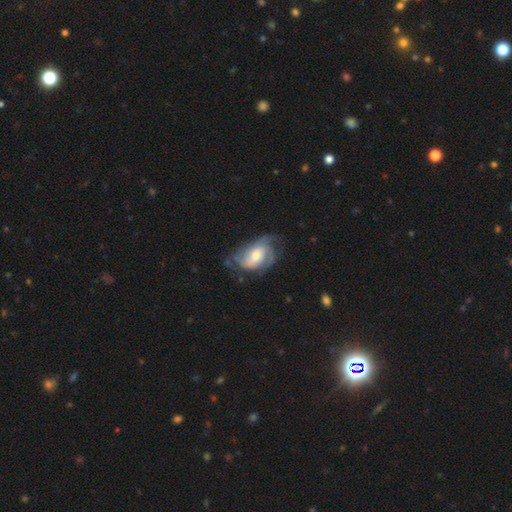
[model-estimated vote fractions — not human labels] Smooth or featured?
  - featured or disk: 73% *
  - smooth: 21%
  - star or artifact: 6%
Edge-on disk?
  - no: 97% *
  - yes: 3%
Bar?
  - no: 54% *
  - weak: 36%
  - strong: 10%
Spiral arms?
  - yes: 90% *
  - no: 10%
Spiral winding?
  - medium: 44% *
  - tight: 36%
  - loose: 21%
Spiral arm count?
  - 2: 35% *
  - can't tell: 27%
  - 3: 24%
  - 1: 6%
  - 4: 5%
  - more than 4: 3%
Bulge size?
  - moderate: 55% *
  - small: 28%
  - large: 14%
  - none: 3%
  - dominant: 1%
Merging?
  - none: 52% *
  - minor disturbance: 26%
  - major disturbance: 20%
  - merger: 2%